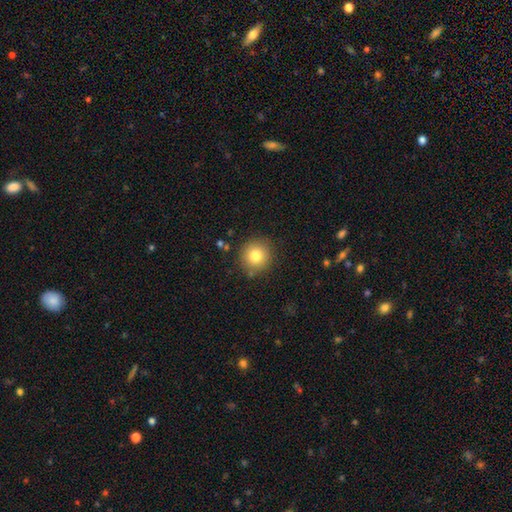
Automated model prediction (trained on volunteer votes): Smooth or featured? Predicted: smooth (p=0.80). How rounded? Predicted: round (p=0.94). Merging? Predicted: none (p=0.88).